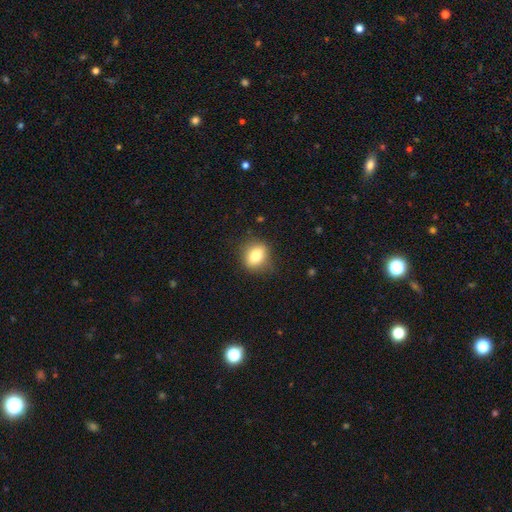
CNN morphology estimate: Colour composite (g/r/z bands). It shows a smooth galaxy with no disk features (76%) that is round (53%). Merging: none (82%).